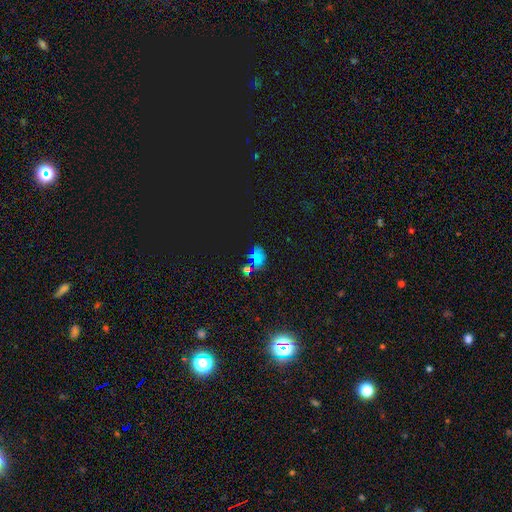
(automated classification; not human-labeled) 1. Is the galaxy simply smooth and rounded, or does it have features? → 49% star or artifact, 38% smooth, 12% featured or disk.